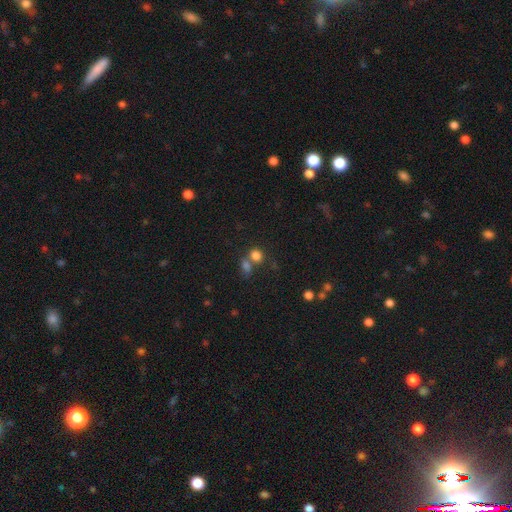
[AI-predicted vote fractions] A smooth galaxy with no disk features (80%) that is round (63%). Merging: merger (46%).